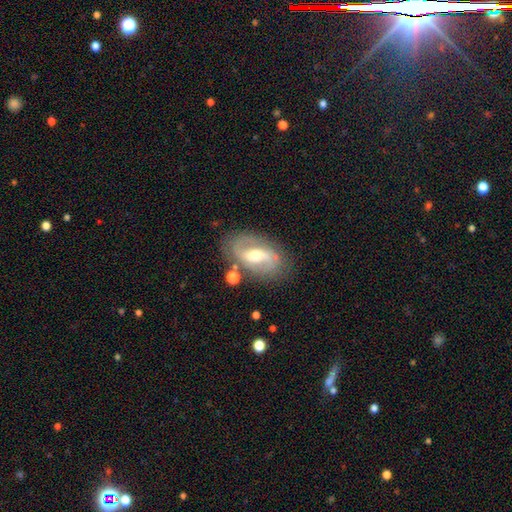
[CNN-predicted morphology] This is likely a featured or disk galaxy (79%). It is clearly not viewed edge-on (95%). Bar: marginally weak (45%). Spiral arm pattern: clearly yes (89%). Spiral arm count: clearly 2 (82%). Spiral winding: marginally medium (45%). Central bulge: likely moderate (61%). Merging: likely none (77%).